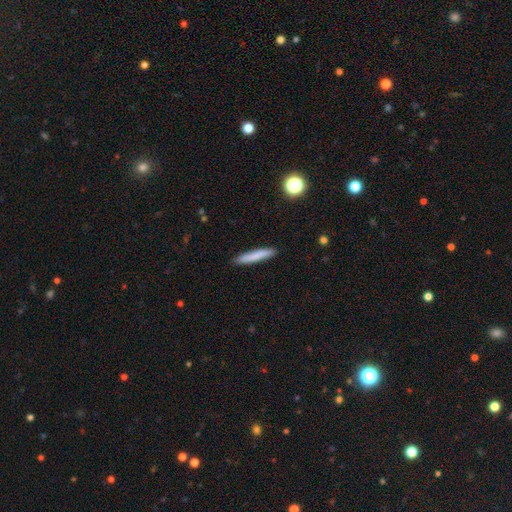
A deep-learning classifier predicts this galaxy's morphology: The model was most divided on "smooth or featured": smooth: 78%, featured or disk: 15%, star or artifact: 7%. More confident: how rounded — cigar-shaped (94%); merging — none (90%).